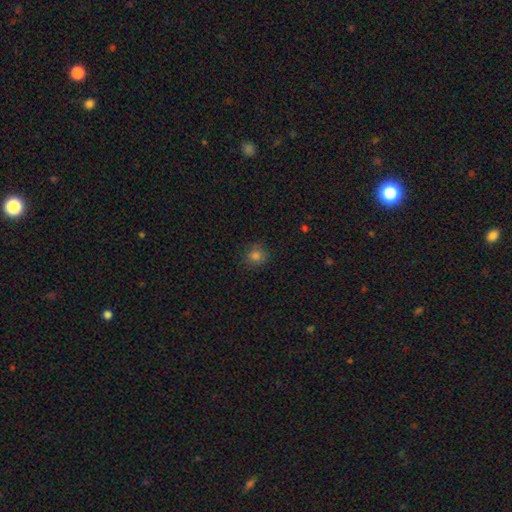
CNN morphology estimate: The model was most divided on "smooth or featured": smooth: 79%, star or artifact: 15%, featured or disk: 6%. More confident: how rounded — round (87%); merging — none (86%).